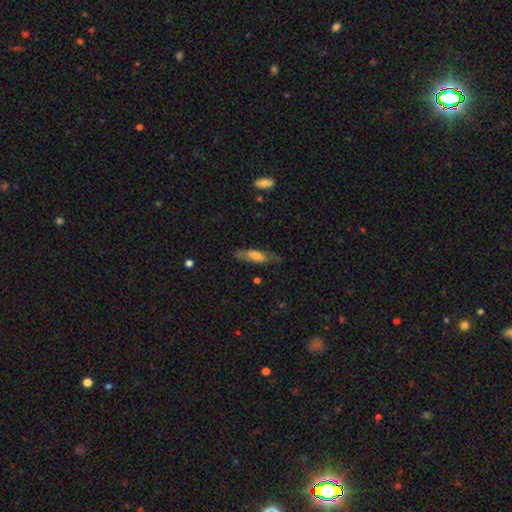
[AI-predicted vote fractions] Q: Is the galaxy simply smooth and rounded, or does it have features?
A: smooth — 58%.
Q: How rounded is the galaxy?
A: cigar-shaped — 53%.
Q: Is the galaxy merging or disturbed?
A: none — 67%.